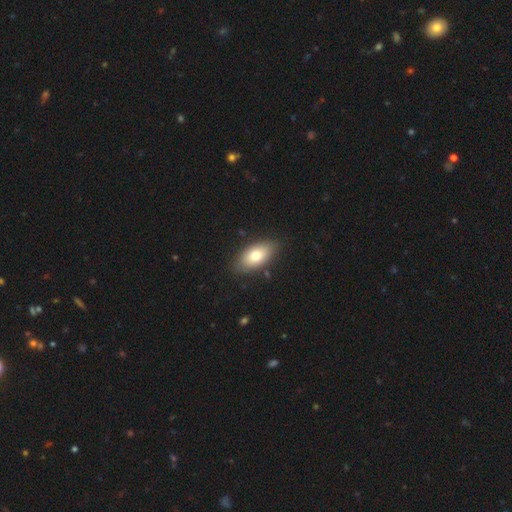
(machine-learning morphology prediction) A smooth galaxy with no disk features (74%) that is in between round and cigar-shaped (91%). Merging: none (84%).